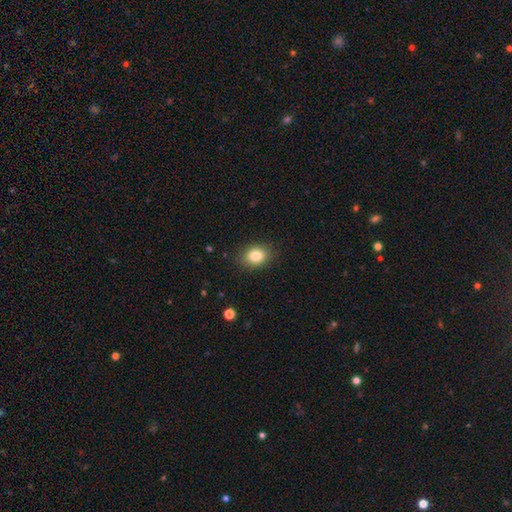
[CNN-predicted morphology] type=smooth (83%); roundness=in between (57%); merging=none (87%).